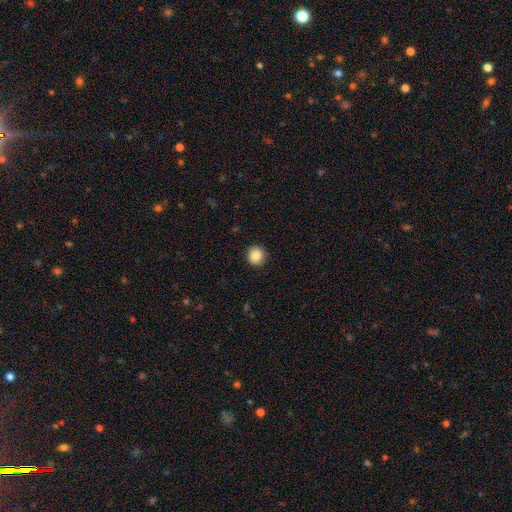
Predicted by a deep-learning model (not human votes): smooth 87%, star or artifact 9%, featured or disk 4%. Down the decision tree: how rounded — round (92%); merging — none (90%).